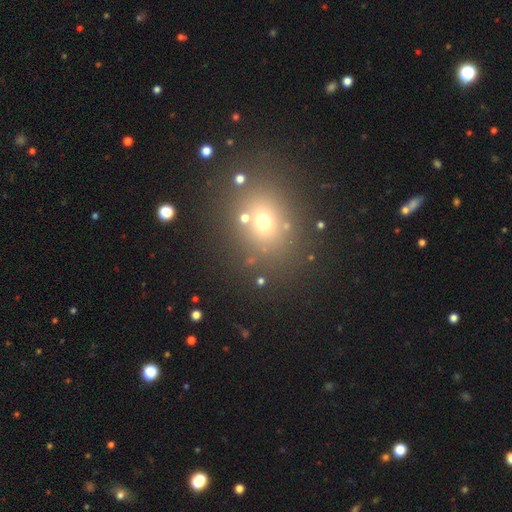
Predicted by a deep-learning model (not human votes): Morphology: type=smooth (51%); roundness=round (61%); merging=none (79%).